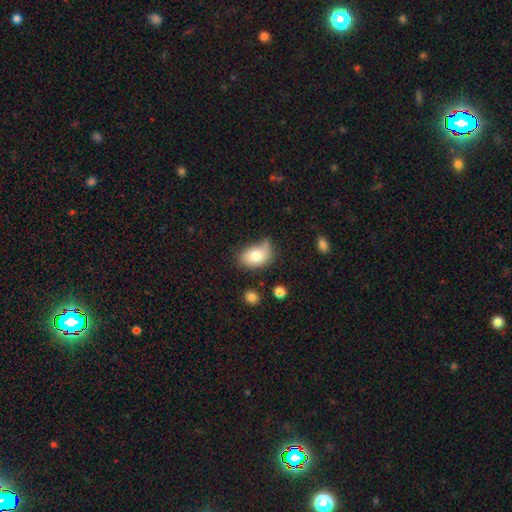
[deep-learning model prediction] Overall: smooth (78%). How rounded: in between (86%). Merging: none (49%; minor disturbance 31%).